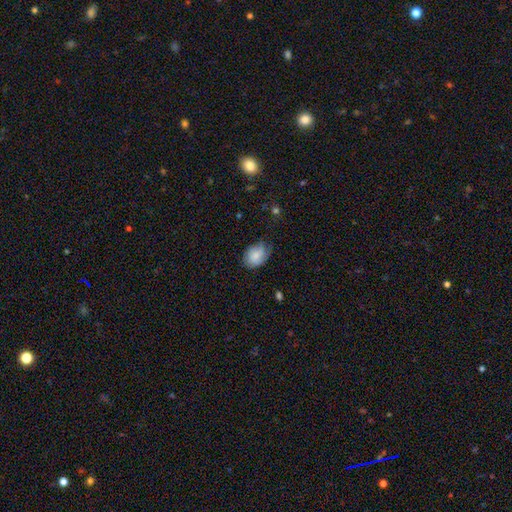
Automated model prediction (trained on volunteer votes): The model was most divided on "merging": none: 57%, minor disturbance: 32%, major disturbance: 9%, merger: 1%. More confident: how rounded — in between (77%); smooth or featured — smooth (73%).